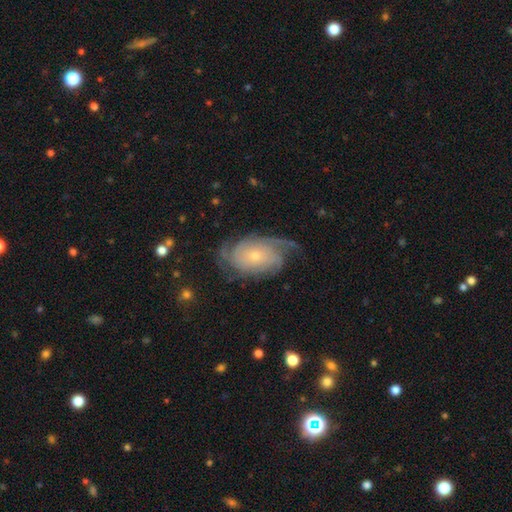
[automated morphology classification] type=featured or disk (83%); edge-on=no (96%); bar=no (78%); spiral arms=yes (95%); winding=tight (54%); arm count=can't tell (27%); bulge=small (73%); merging=none (65%).